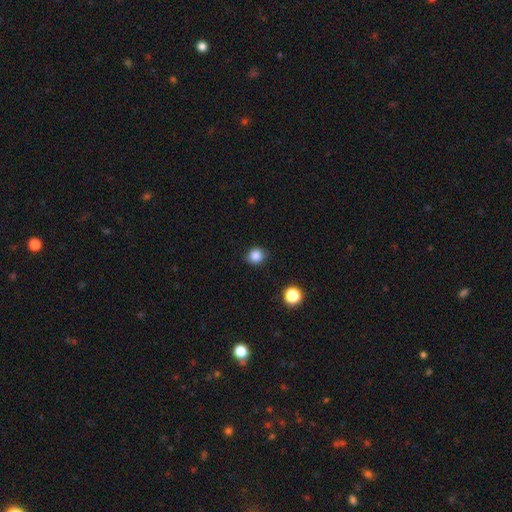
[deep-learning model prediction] smooth-or-featured: smooth: 86% | star or artifact: 11% | featured or disk: 3%
  how-rounded: round: 83% | in between: 16% | cigar-shaped: 1%
  merging: none: 87% | minor disturbance: 10% | major disturbance: 2% | merger: 1%